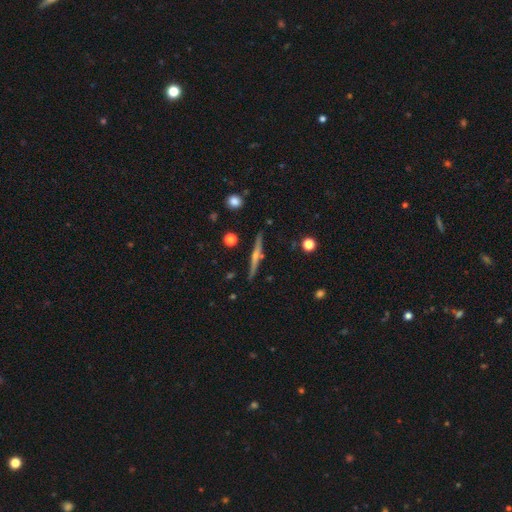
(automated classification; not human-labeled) Overall: featured or disk (72%). Edge-on disk: yes (98%). Edge-on bulge: rounded (71%). Merging: none (89%).